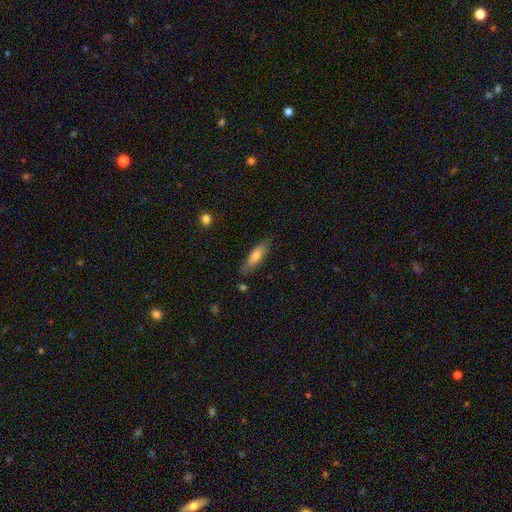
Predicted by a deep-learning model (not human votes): smooth-or-featured: smooth: 68% | featured or disk: 25% | star or artifact: 6%
  how-rounded: cigar-shaped: 57% | in between: 42% | round: 2%
  merging: none: 82% | minor disturbance: 14% | major disturbance: 3% | merger: 2%